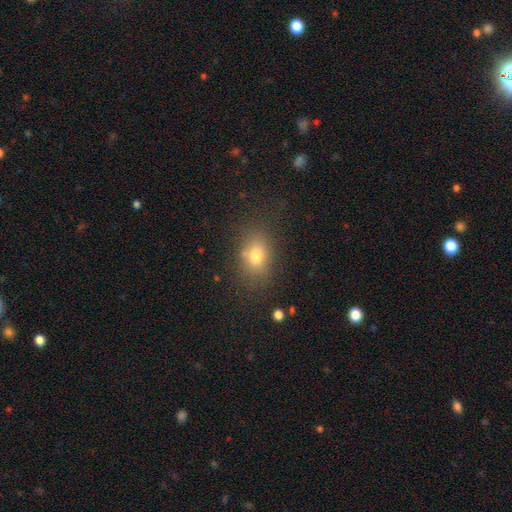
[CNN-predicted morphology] Smooth or featured? Predicted: smooth (p=0.73). How rounded? Predicted: in between (p=0.72). Merging? Predicted: none (p=0.74).